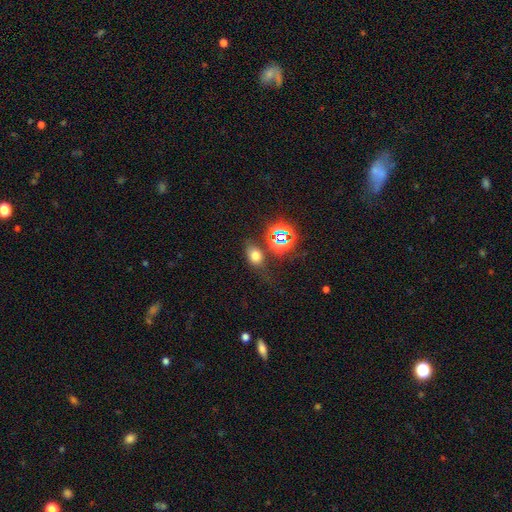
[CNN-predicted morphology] Smooth or featured? Predicted: smooth (p=0.63). How rounded? Predicted: in between (p=0.71). Merging? Predicted: none (p=0.67).